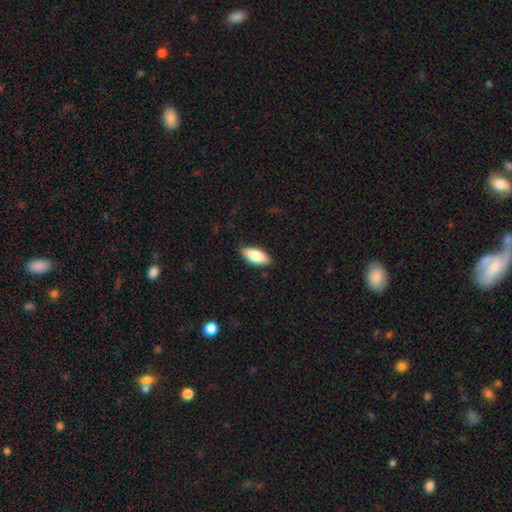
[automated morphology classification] Smooth or featured? smooth (79%)
How rounded? in between (83%)
Merging? none (85%)